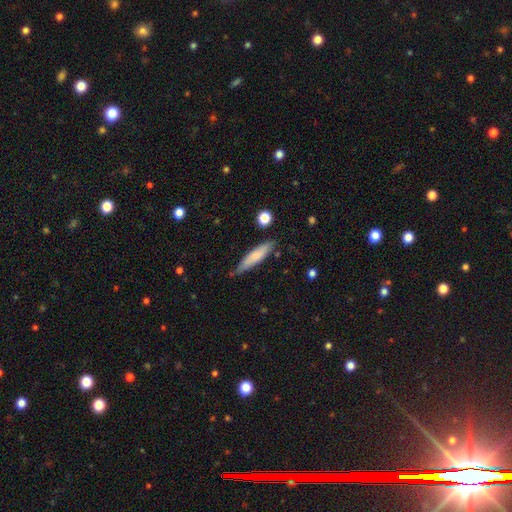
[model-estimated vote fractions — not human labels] smooth-or-featured: smooth: 72% | featured or disk: 22% | star or artifact: 6%
  how-rounded: cigar-shaped: 80% | in between: 19% | round: 2%
  merging: none: 77% | minor disturbance: 18% | major disturbance: 3% | merger: 3%